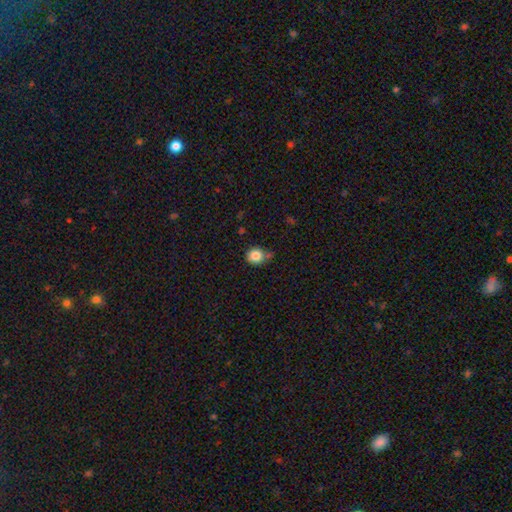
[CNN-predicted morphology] Smooth or featured?
  - smooth: 84% *
  - star or artifact: 10%
  - featured or disk: 6%
How rounded?
  - round: 83% *
  - in between: 16%
  - cigar-shaped: 1%
Merging?
  - none: 61% *
  - minor disturbance: 24%
  - merger: 9%
  - major disturbance: 5%